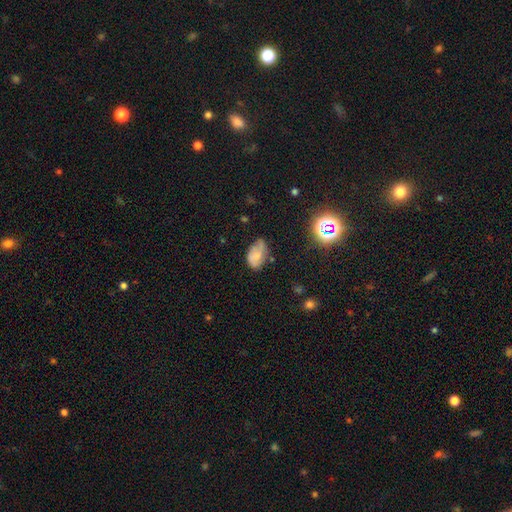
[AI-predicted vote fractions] smooth_or_featured: smooth (p=0.59) [alt: featured or disk p=0.29]
how_rounded: in between (p=0.89) [alt: round p=0.10]
merging: none (p=0.49) [alt: minor disturbance p=0.36]